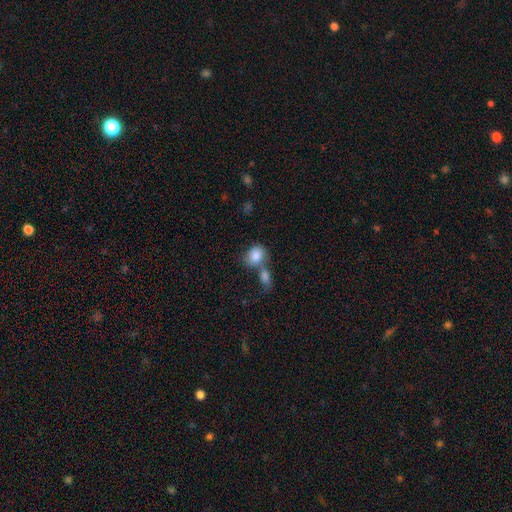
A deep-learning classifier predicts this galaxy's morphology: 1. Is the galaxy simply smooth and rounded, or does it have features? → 84% smooth, 9% featured or disk, 7% star or artifact.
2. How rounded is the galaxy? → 51% round, 47% in between, 1% cigar-shaped.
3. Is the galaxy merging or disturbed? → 51% merger, 33% none, 11% minor disturbance, 5% major disturbance.